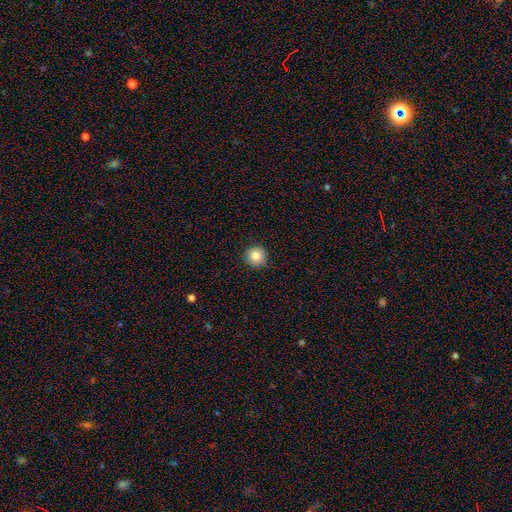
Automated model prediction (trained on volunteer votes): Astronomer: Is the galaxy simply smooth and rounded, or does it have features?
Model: smooth — 84%.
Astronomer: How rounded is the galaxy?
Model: round — 95%.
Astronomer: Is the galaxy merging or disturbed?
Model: none — 90%.